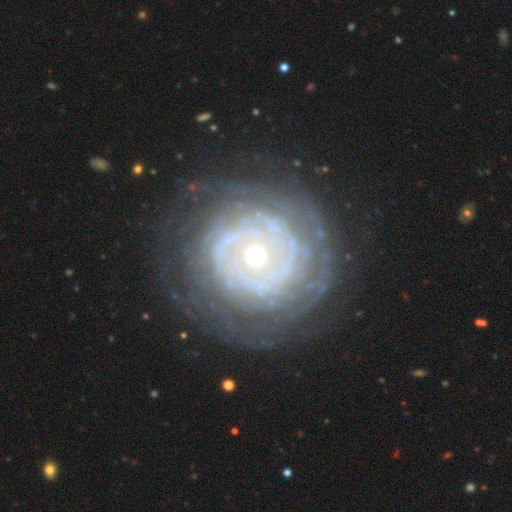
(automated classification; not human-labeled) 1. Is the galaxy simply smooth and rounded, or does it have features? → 84% featured or disk, 10% smooth, 7% star or artifact.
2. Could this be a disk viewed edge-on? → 97% no, 3% yes.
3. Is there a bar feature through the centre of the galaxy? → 81% no, 13% weak, 6% strong.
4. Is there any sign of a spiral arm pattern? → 89% yes, 11% no.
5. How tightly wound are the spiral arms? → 84% tight, 12% medium, 4% loose.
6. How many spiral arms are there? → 45% can't tell, 14% 2, 12% more than 4, 12% 4, 11% 3, 7% 1.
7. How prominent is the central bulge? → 74% small, 23% moderate, 2% large, 1% dominant, 1% none.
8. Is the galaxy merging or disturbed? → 75% none, 15% minor disturbance, 9% major disturbance, 1% merger.